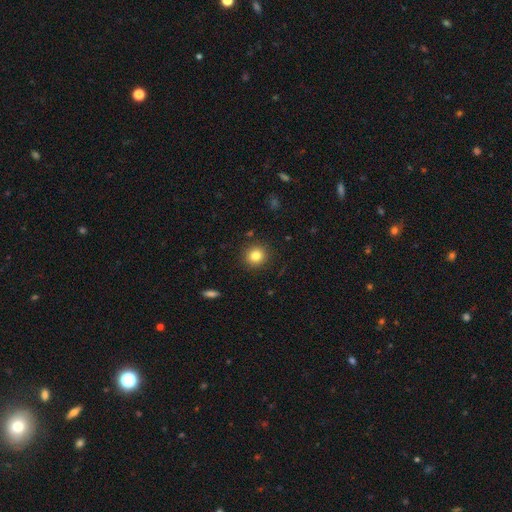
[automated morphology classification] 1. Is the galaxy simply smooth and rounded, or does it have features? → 83% smooth, 11% star or artifact, 6% featured or disk.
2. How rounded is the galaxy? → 92% round, 8% in between, 1% cigar-shaped.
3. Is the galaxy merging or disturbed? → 90% none, 6% minor disturbance, 2% major disturbance, 1% merger.